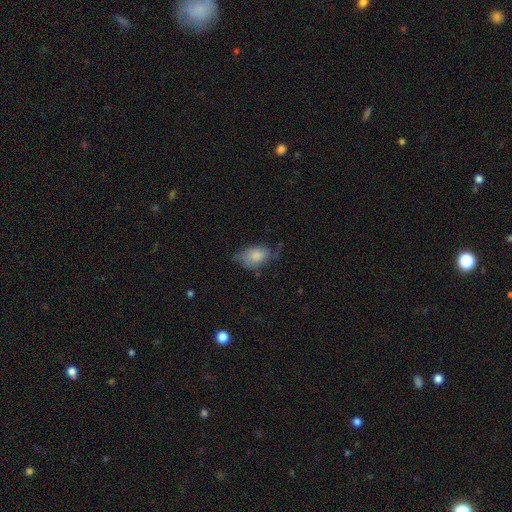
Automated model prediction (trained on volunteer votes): Smooth or featured? Predicted: smooth (p=0.76). How rounded? Predicted: in between (p=0.85). Merging? Predicted: none (p=0.42).